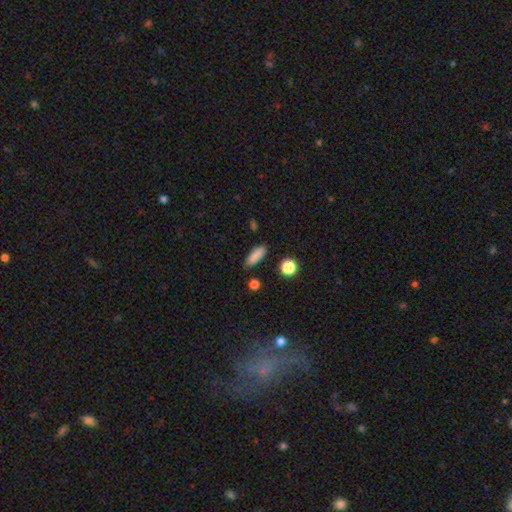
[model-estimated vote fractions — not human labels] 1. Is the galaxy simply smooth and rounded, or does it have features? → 85% smooth, 9% star or artifact, 5% featured or disk.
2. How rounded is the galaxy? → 56% in between, 40% cigar-shaped, 4% round.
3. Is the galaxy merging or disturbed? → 86% none, 9% minor disturbance, 2% major disturbance, 2% merger.